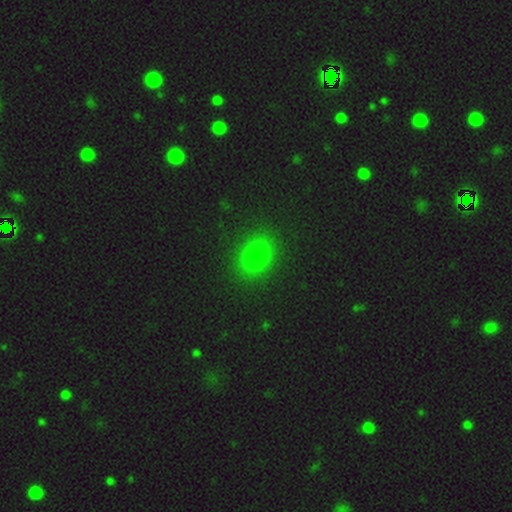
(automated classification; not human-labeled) Smooth or featured: smooth — 77% (star or artifact — 16%)
How rounded: round — 50% (in between — 49%)
Merging: none — 88% (minor disturbance — 8%)